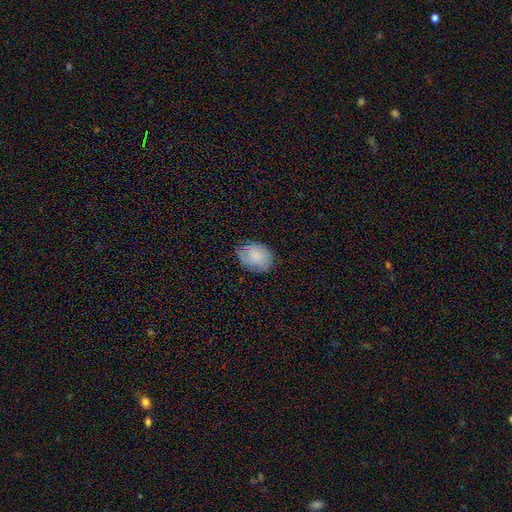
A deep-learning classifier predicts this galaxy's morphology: A smooth galaxy with no disk features (78%) that is in between round and cigar-shaped (75%). Merging: none (78%).